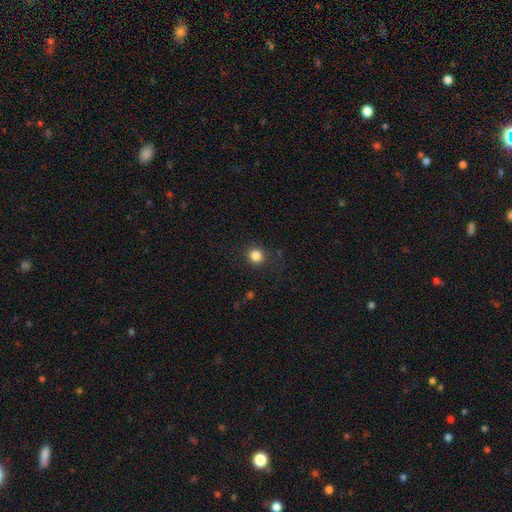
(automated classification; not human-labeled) A smooth galaxy with no disk features (84%) that is round (92%).

Vote fractions:
- Smooth or featured? smooth: 84% / star or artifact: 12% / featured or disk: 4%
- How rounded? round: 92% / in between: 7% / cigar-shaped: 1%
- Merging? none: 88% / minor disturbance: 7% / major disturbance: 3% / merger: 1%